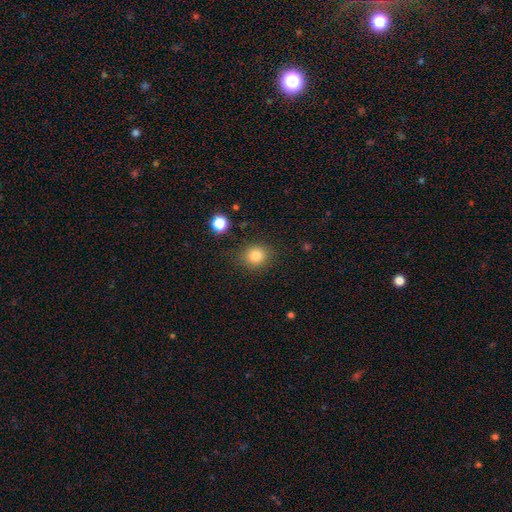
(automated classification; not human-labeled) Overall: smooth (82%). How rounded: round (82%). Merging: none (84%).